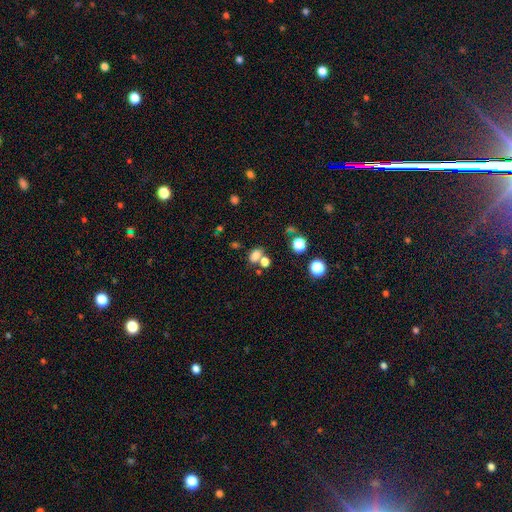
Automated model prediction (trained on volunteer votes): This is likely a smooth galaxy (76%). How rounded: likely in between (75%). Merging: possibly none (53%).